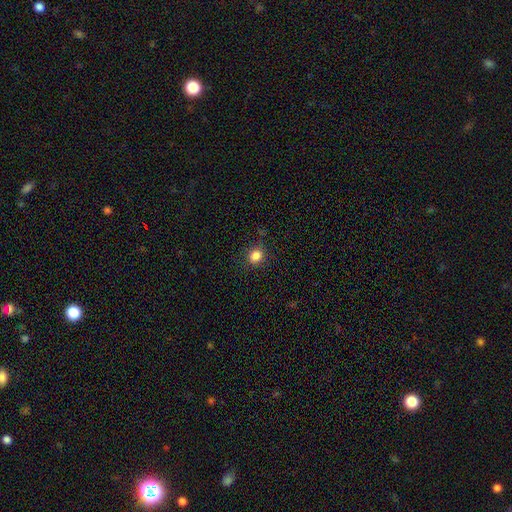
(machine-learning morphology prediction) type=smooth (84%); roundness=round (71%); merging=none (87%).